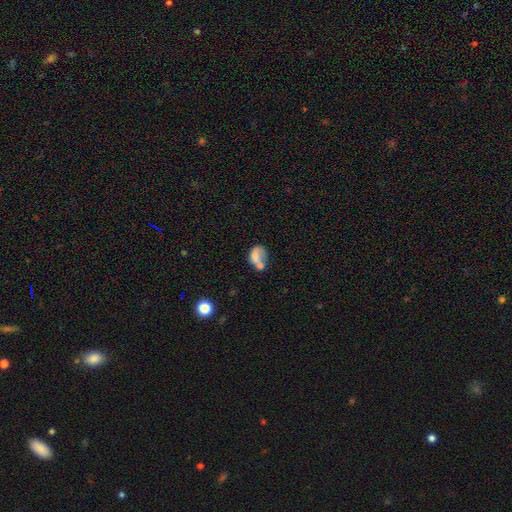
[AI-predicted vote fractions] A smooth galaxy with no disk features (61%) that is in between round and cigar-shaped (72%). Merging: merger (38%).